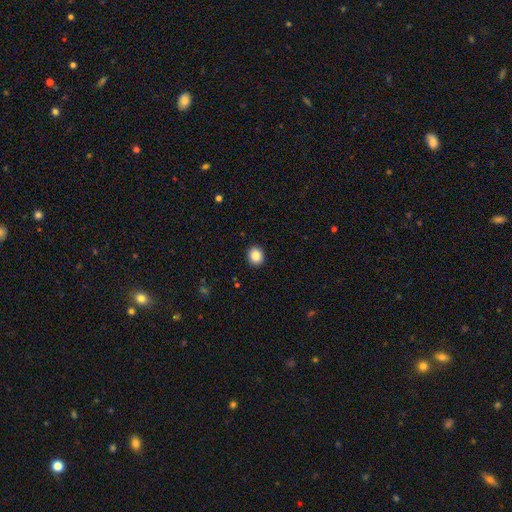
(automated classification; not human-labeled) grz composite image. It shows a smooth galaxy with no disk features (87%) that is round (73%). Merging: none (92%).